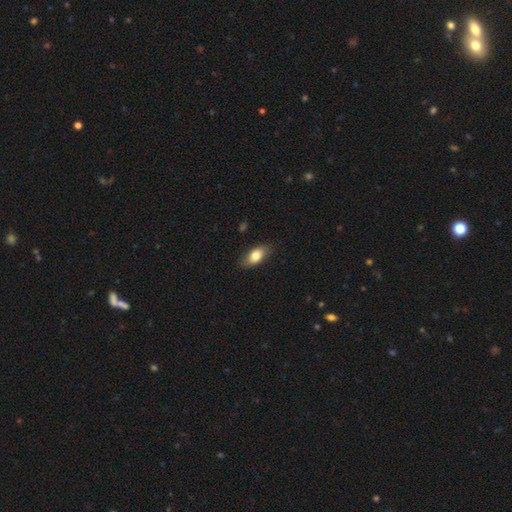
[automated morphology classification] A smooth galaxy with no disk features (80%) that is in between round and cigar-shaped (88%). Merging: none (84%).